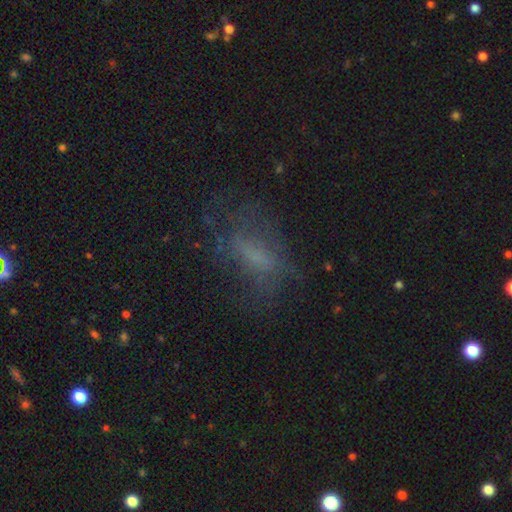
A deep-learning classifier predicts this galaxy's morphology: smooth_or_featured: smooth (p=0.44) [alt: featured or disk p=0.35]
merging: none (p=0.55) [alt: major disturbance p=0.24]